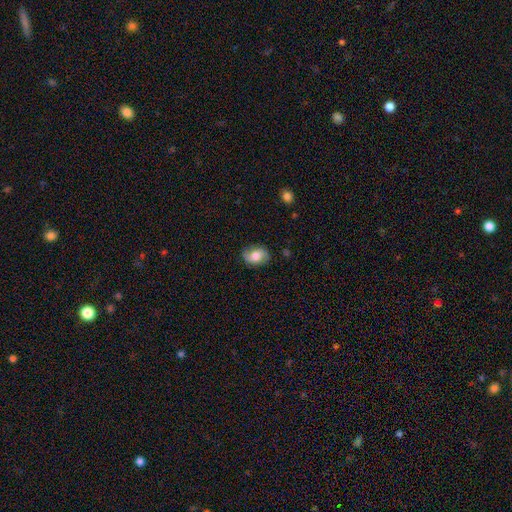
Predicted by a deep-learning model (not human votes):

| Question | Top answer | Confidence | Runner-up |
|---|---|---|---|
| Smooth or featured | smooth | 47% | featured or disk (44%) |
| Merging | none | 79% | minor disturbance (16%) |